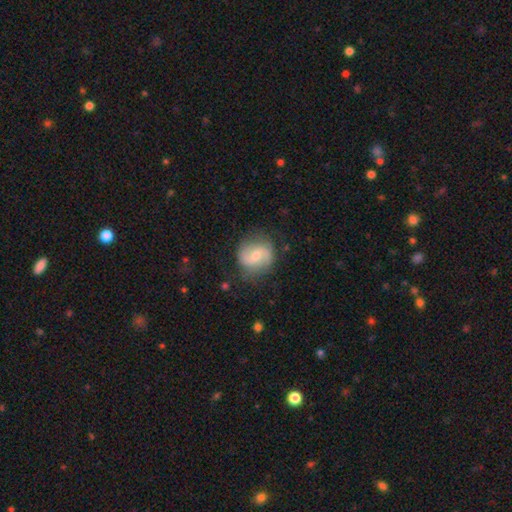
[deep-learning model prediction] Morphology: type=featured or disk (74%); edge-on=no (98%); bar=weak (49%); spiral arms=yes (94%); winding=medium (43%); arm count=2 (90%); bulge=moderate (49%); merging=none (77%).